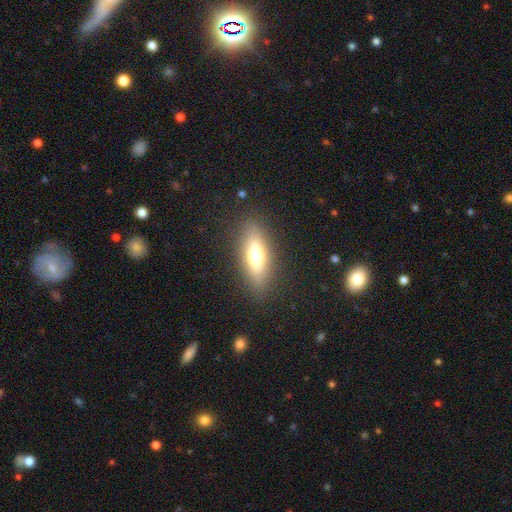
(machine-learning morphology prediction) smooth_or_featured: smooth (p=0.59) [alt: featured or disk p=0.32]
how_rounded: in between (p=0.58) [alt: cigar-shaped p=0.39]
merging: none (p=0.85) [alt: minor disturbance p=0.10]